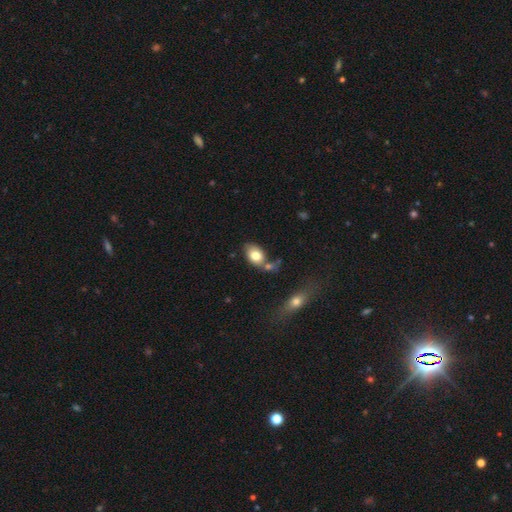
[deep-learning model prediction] Smooth or featured? smooth (78%)
How rounded? in between (83%)
Merging? none (52%)